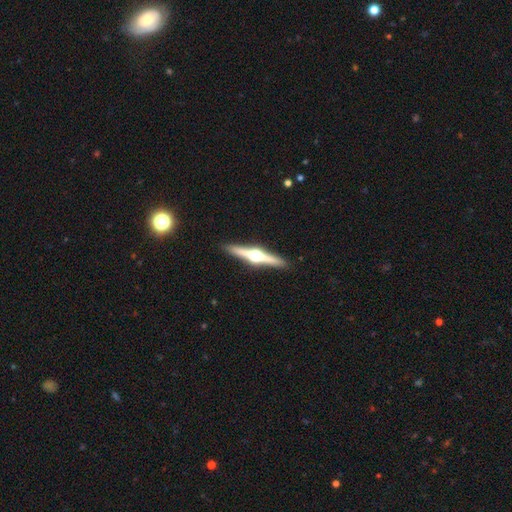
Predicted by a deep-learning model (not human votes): A featured or disk galaxy (81%) viewed edge-on (98%) with a rounded central bulge (96%). Merging: none (92%).